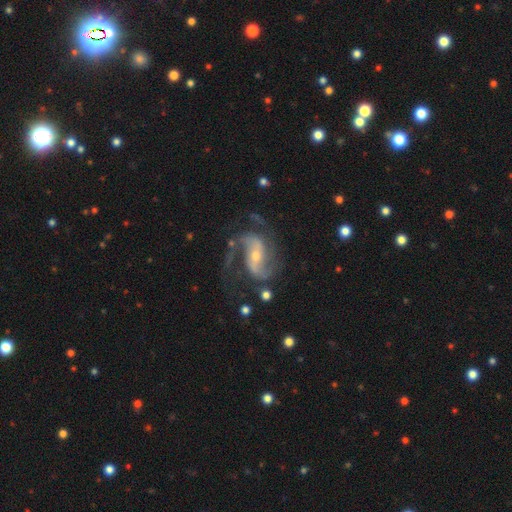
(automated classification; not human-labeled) smooth_or_featured: featured or disk (p=0.89) [alt: star or artifact p=0.06]
disk_edge_on: no (p=0.97) [alt: yes p=0.03]
bar: weak (p=0.35) [tied with: strong p=0.35]
has_spiral_arms: yes (p=0.97) [alt: no p=0.03]
spiral_winding: medium (p=0.50) [alt: loose p=0.34]
spiral_arm_count: 2 (p=0.79) [alt: 3 p=0.08]
bulge_size: small (p=0.59) [alt: moderate p=0.37]
merging: none (p=0.63) [alt: major disturbance p=0.17]